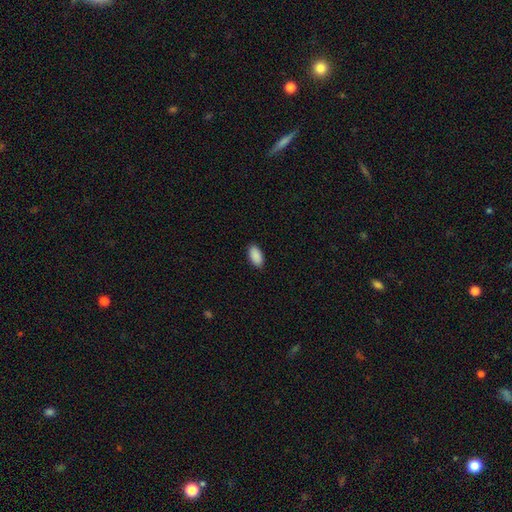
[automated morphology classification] Smooth or featured?
  - smooth: 91% *
  - star or artifact: 6%
  - featured or disk: 3%
How rounded?
  - in between: 94% *
  - cigar-shaped: 3%
  - round: 2%
Merging?
  - none: 89% *
  - minor disturbance: 8%
  - major disturbance: 2%
  - merger: 1%